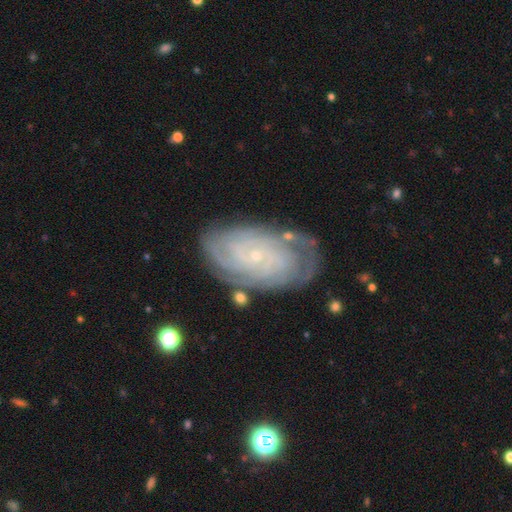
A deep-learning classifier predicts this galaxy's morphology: The model was most divided on "spiral arm count": can't tell: 37%, 4: 20%, 3: 14%, 2: 13%, more than 4: 11%, 1: 6%. More confident: edge-on disk — no (95%); spiral arms — yes (95%); bulge size — small (88%); smooth or featured — featured or disk (82%); spiral winding — tight (80%); bar — no (79%); merging — none (72%).